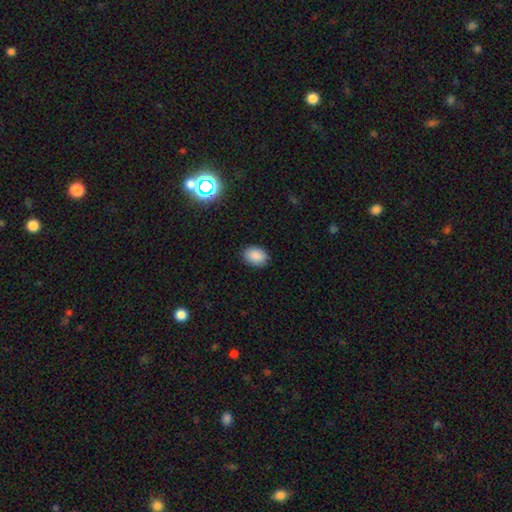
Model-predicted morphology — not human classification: Smooth or featured? Predicted: smooth (p=0.88). How rounded? Predicted: in between (p=0.76). Merging? Predicted: none (p=0.88).